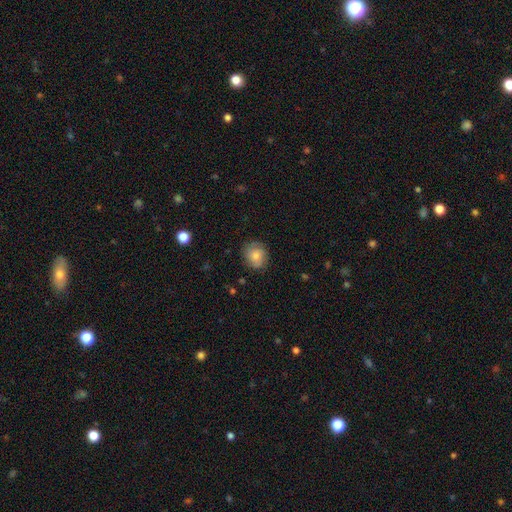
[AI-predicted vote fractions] Morphology: type=smooth (73%); roundness=round (73%); merging=none (76%).